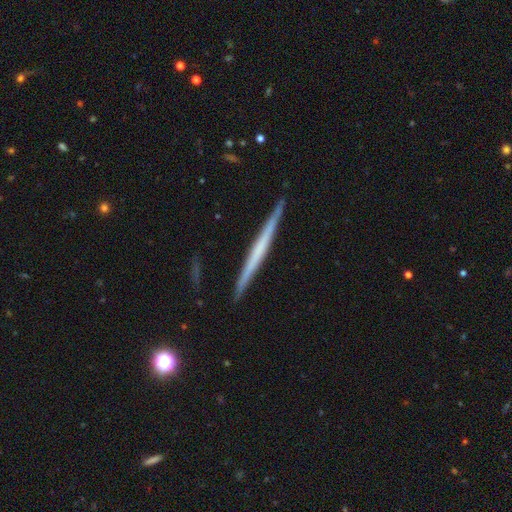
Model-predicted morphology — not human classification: This appears to be a featured or disk galaxy (59%) viewed edge-on (98%) with no central bulge (87%). Merging: none (91%).